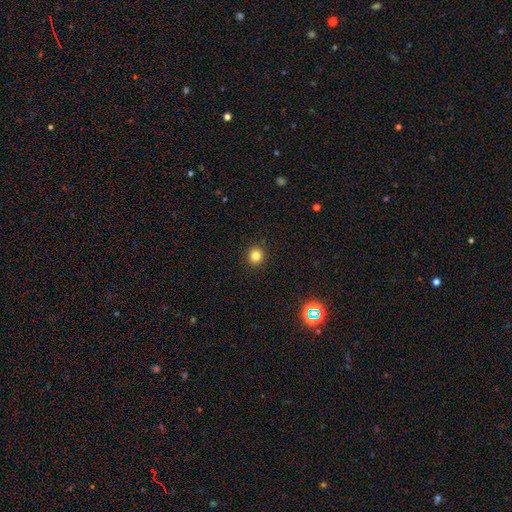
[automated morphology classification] A smooth galaxy with no disk features (82%) that is round (91%). Merging: none (93%).